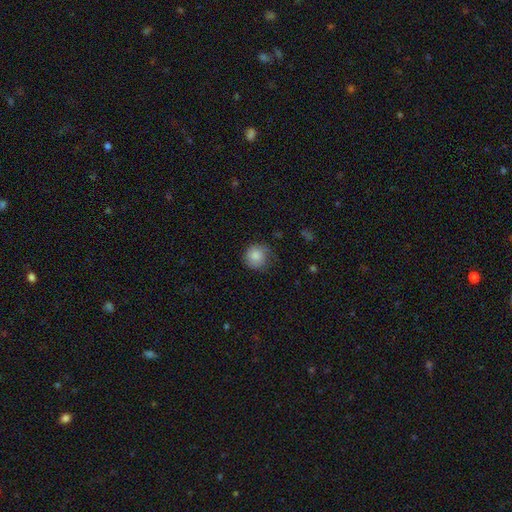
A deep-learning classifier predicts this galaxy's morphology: The model was most divided on "merging": none: 71%, minor disturbance: 22%, major disturbance: 5%, merger: 1%. More confident: how rounded — round (91%); smooth or featured — smooth (84%).